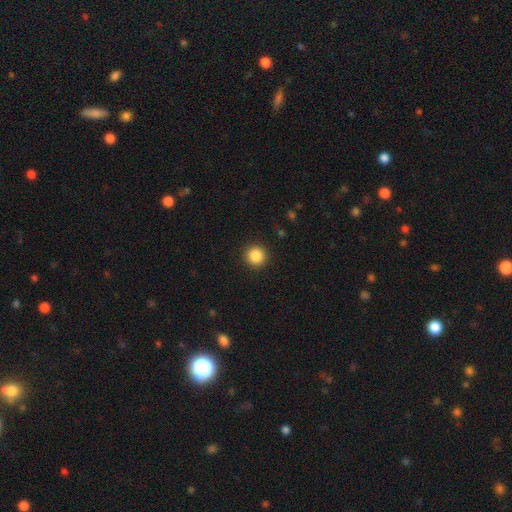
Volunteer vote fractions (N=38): Smooth or featured?
  - smooth: 95% *
  - star or artifact: 5%
  - featured or disk: 0%
How rounded?
  - round: 94% *
  - in between: 6%
  - cigar-shaped: 0%
Merging?
  - none: 94% *
  - major disturbance: 6%
  - minor disturbance: 0%
  - merger: 0%